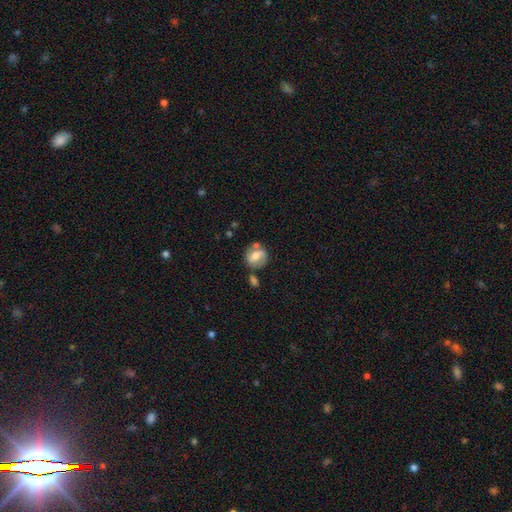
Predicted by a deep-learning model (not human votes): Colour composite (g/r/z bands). It shows a smooth galaxy with no disk features (52%) that is round (67%). Merging: none (56%).